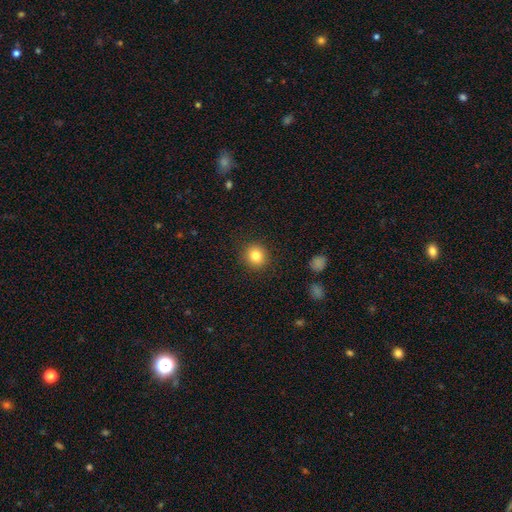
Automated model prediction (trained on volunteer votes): A smooth galaxy with no disk features (83%) that is round (88%). Merging: none (90%).